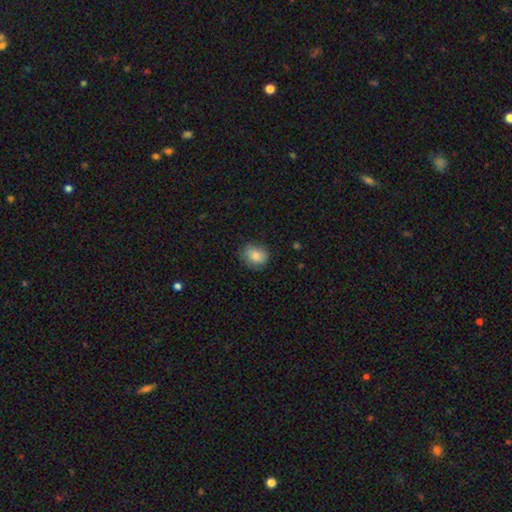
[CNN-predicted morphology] smooth_or_featured: smooth (p=0.82) [alt: featured or disk p=0.11]
how_rounded: round (p=0.57) [alt: in between p=0.42]
merging: none (p=0.77) [alt: minor disturbance p=0.18]